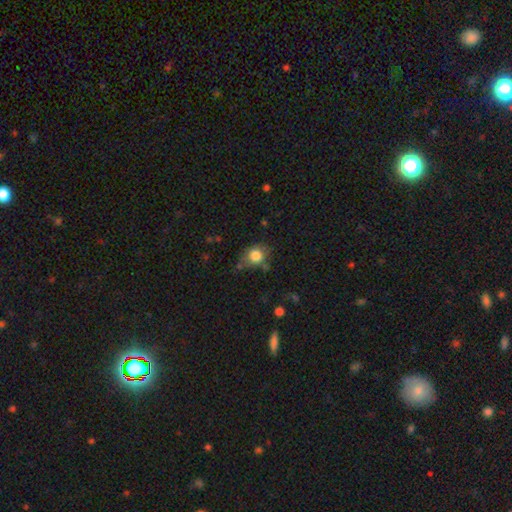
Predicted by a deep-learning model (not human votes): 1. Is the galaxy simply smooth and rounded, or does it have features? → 81% smooth, 10% featured or disk, 9% star or artifact.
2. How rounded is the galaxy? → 67% round, 32% in between, 1% cigar-shaped.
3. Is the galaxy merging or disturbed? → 56% none, 28% minor disturbance, 10% major disturbance, 6% merger.